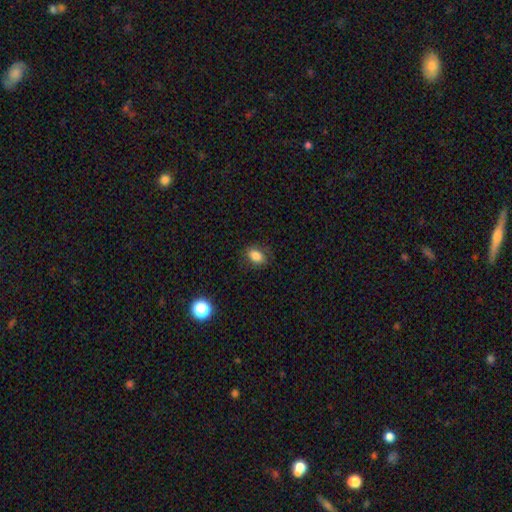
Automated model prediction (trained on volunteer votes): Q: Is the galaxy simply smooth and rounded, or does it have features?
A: smooth — 82%.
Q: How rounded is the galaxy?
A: in between — 80%.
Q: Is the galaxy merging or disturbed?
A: none — 78%.